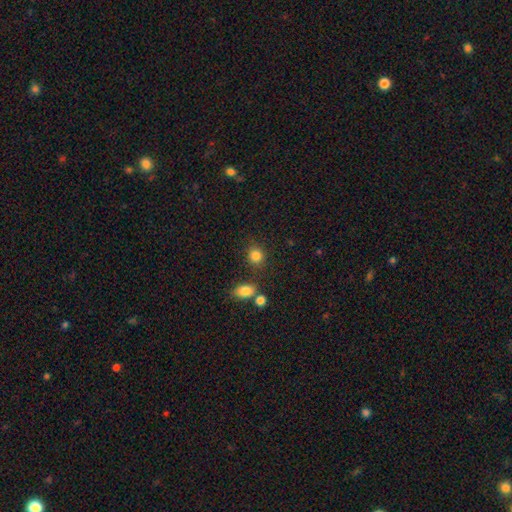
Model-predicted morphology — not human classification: smooth_or_featured: smooth (p=0.84) [alt: star or artifact p=0.11]
how_rounded: round (p=0.79) [alt: in between p=0.20]
merging: none (p=0.78) [alt: minor disturbance p=0.11]